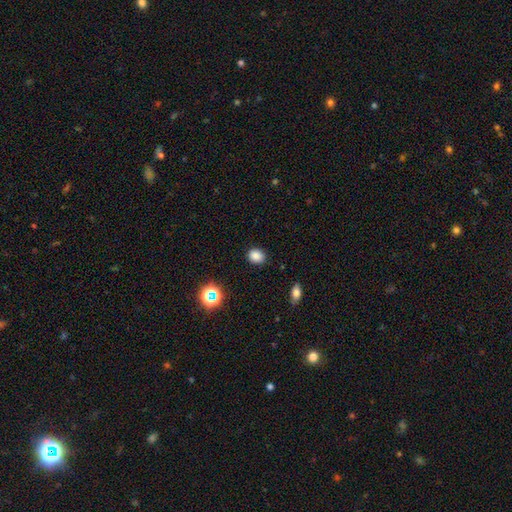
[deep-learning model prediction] Q: Smooth or featured?
A: smooth (83%); runner-up: star or artifact (13%)
Q: How rounded?
A: round (50%); runner-up: in between (49%)
Q: Merging?
A: none (87%); runner-up: minor disturbance (9%)